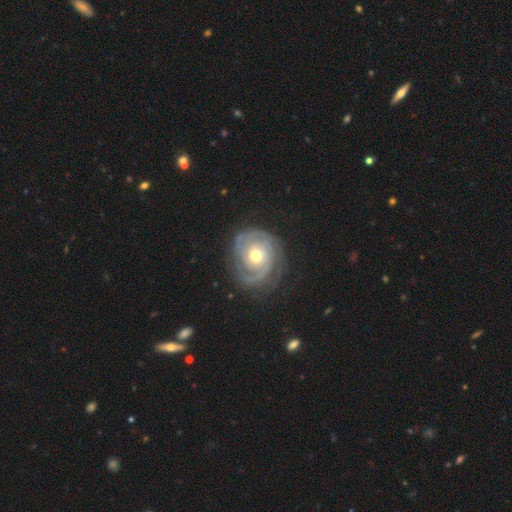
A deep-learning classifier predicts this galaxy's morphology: Q: Smooth or featured?
A: featured or disk (90%); runner-up: smooth (6%)
Q: Edge-on disk?
A: no (98%); runner-up: yes (2%)
Q: Bar?
A: no (79%); runner-up: weak (16%)
Q: Spiral arms?
A: yes (97%); runner-up: no (3%)
Q: Spiral winding?
A: tight (78%); runner-up: medium (18%)
Q: Spiral arm count?
A: 2 (41%); runner-up: 3 (25%)
Q: Bulge size?
A: moderate (72%); runner-up: small (21%)
Q: Merging?
A: none (77%); runner-up: minor disturbance (16%)